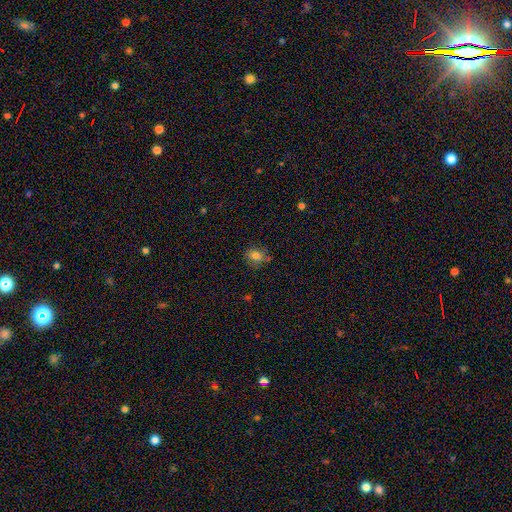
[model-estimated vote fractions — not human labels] smooth-or-featured: smooth: 77% | star or artifact: 14% | featured or disk: 9%
  how-rounded: round: 58% | in between: 41% | cigar-shaped: 1%
  merging: none: 72% | minor disturbance: 19% | major disturbance: 5% | merger: 4%